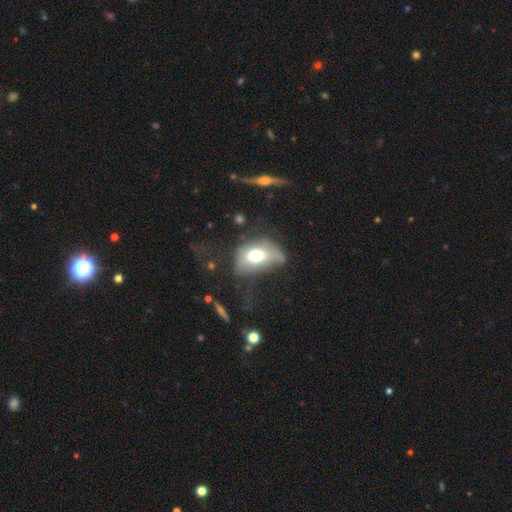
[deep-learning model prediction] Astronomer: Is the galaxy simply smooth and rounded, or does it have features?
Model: smooth — 62%.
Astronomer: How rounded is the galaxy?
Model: in between — 80%.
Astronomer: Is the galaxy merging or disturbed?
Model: none — 33%, tied with major disturbance at 33%.